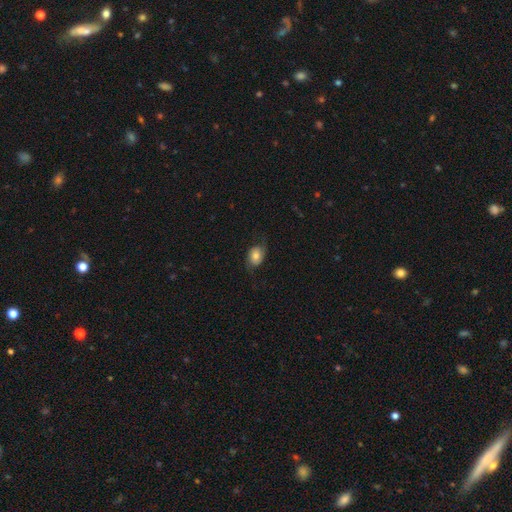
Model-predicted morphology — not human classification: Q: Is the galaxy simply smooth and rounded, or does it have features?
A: smooth — 67%.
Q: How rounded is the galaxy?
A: in between — 66%.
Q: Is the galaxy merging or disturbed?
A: none — 68%.